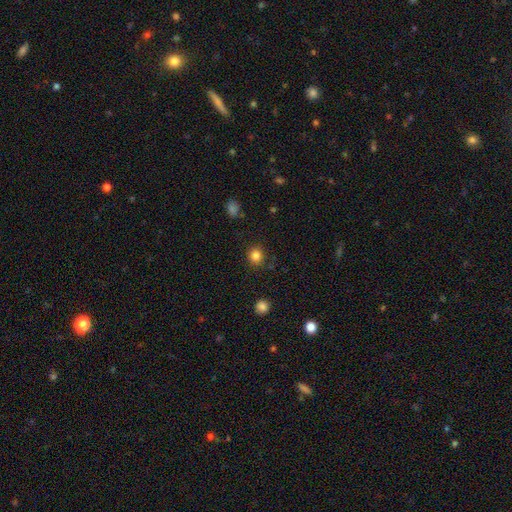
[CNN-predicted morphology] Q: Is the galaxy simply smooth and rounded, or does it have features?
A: smooth — 85%.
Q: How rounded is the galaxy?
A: round — 90%.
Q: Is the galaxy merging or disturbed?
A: none — 88%.